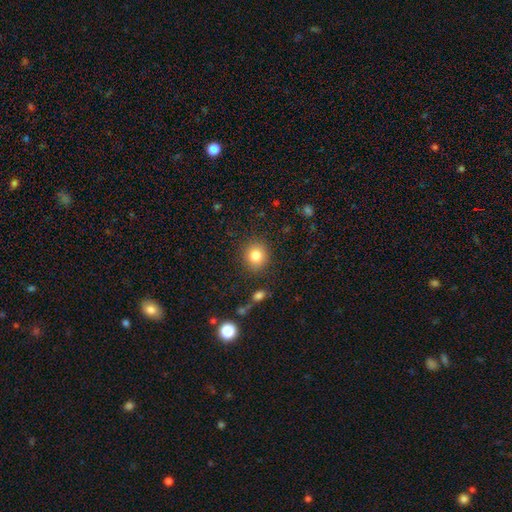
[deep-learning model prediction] smooth 81%, star or artifact 11%, featured or disk 8%. Down the decision tree: how rounded — round (86%); merging — none (88%).